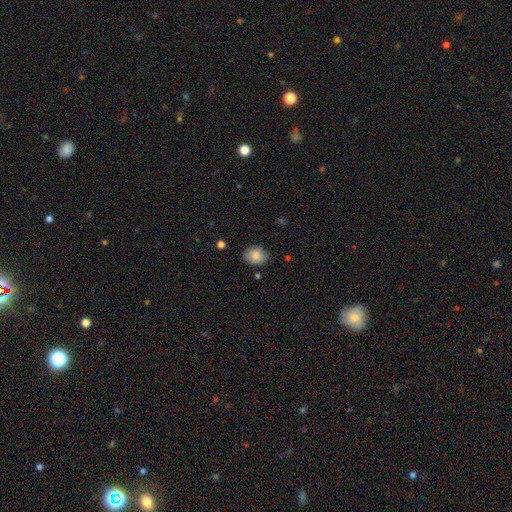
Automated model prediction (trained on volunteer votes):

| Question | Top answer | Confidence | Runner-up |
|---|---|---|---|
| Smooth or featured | smooth | 85% | star or artifact (7%) |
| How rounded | in between | 57% | round (42%) |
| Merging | none | 81% | minor disturbance (14%) |